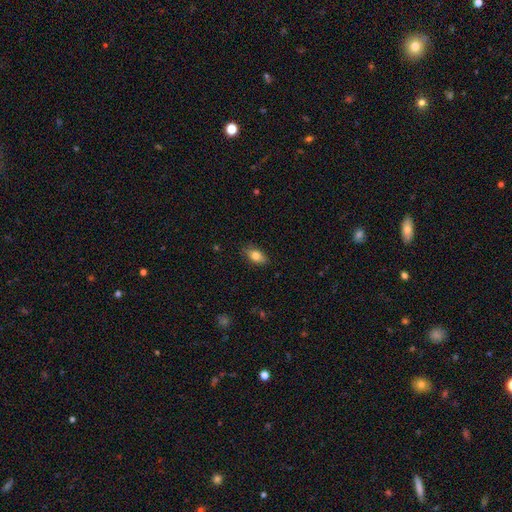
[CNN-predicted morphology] Smooth or featured: smooth — 80% (featured or disk — 12%)
How rounded: in between — 88% (cigar-shaped — 6%)
Merging: none — 85% (minor disturbance — 11%)